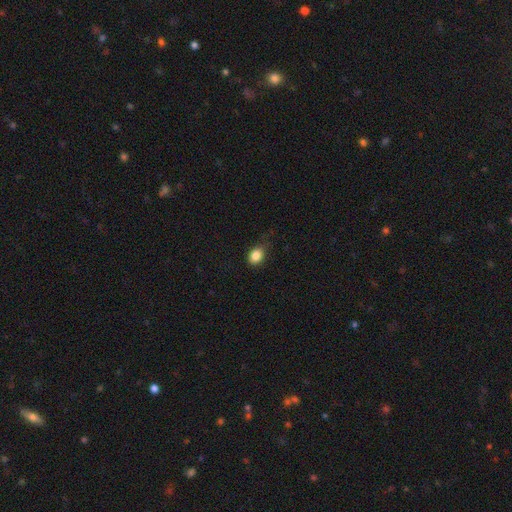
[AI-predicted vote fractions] Smooth or featured? Predicted: smooth (p=0.85). How rounded? Predicted: in between (p=0.61). Merging? Predicted: none (p=0.72).